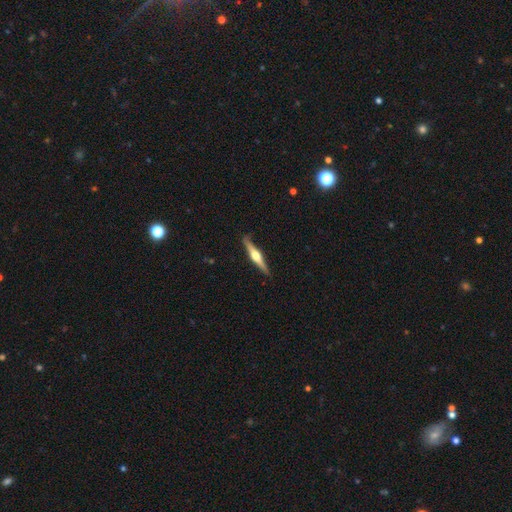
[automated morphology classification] Smooth or featured? Predicted: featured or disk (p=0.74). Edge-on disk? Predicted: yes (p=0.98). Edge-on bulge? Predicted: rounded (p=0.94). Merging? Predicted: none (p=0.89).